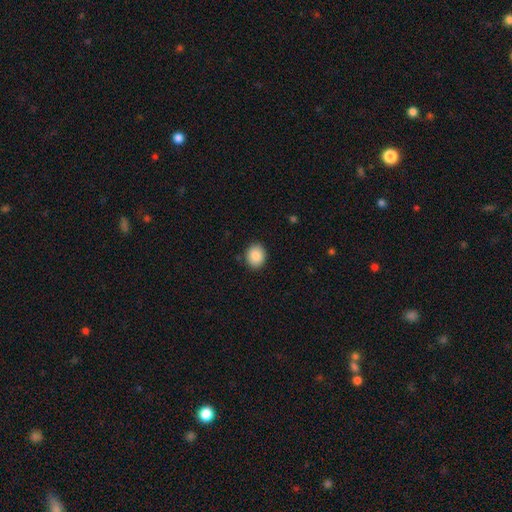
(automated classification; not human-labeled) Smooth or featured? Predicted: smooth (p=0.89). How rounded? Predicted: round (p=0.56). Merging? Predicted: none (p=0.88).